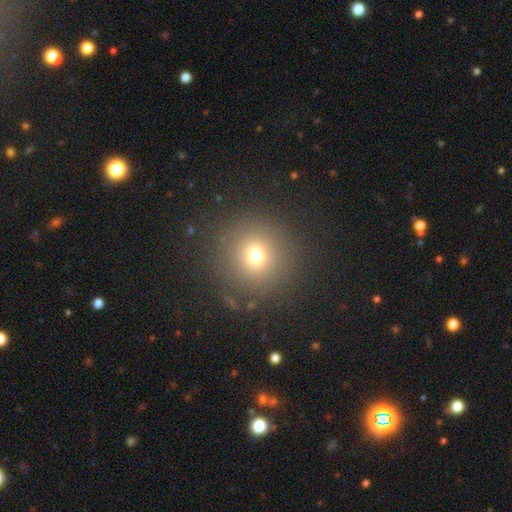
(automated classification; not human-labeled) smooth_or_featured: smooth (p=0.70) [alt: star or artifact p=0.20]
how_rounded: round (p=0.94) [alt: in between p=0.05]
merging: none (p=0.87) [alt: minor disturbance p=0.07]